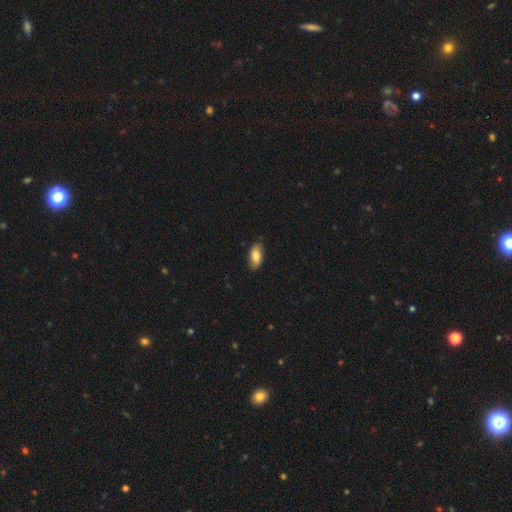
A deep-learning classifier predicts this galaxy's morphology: Smooth or featured? smooth (81%)
How rounded? in between (92%)
Merging? none (81%)